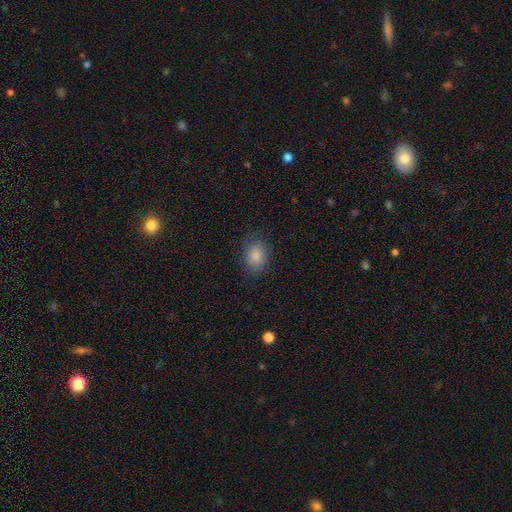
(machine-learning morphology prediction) This appears to be a smooth galaxy with no disk features (85%) that is in between round and cigar-shaped (61%). Merging: none (82%).